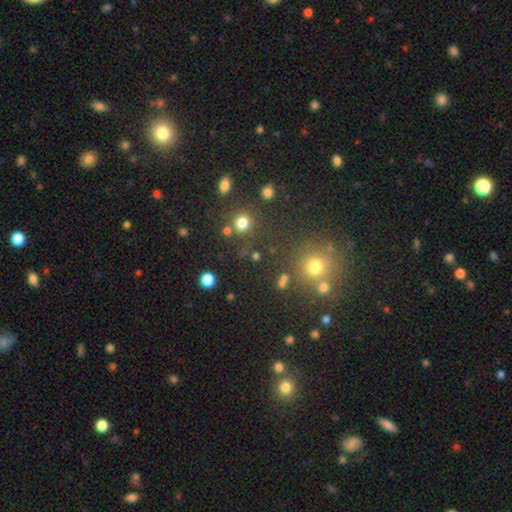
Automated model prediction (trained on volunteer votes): Morphology: type=smooth (60%); roundness=round (91%); merging=none (82%).